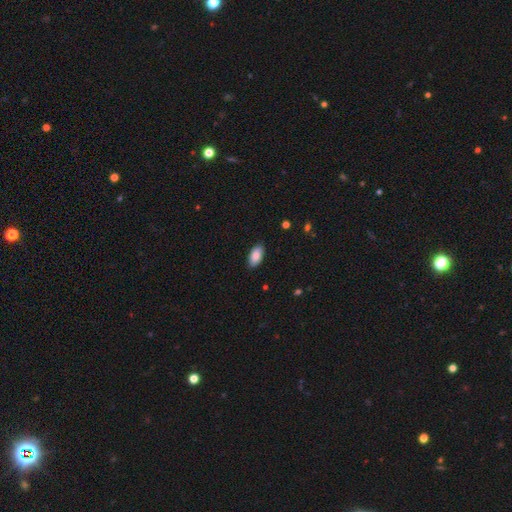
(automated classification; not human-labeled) This is clearly a smooth galaxy (86%). How rounded: clearly in between (94%). Merging: clearly none (87%).